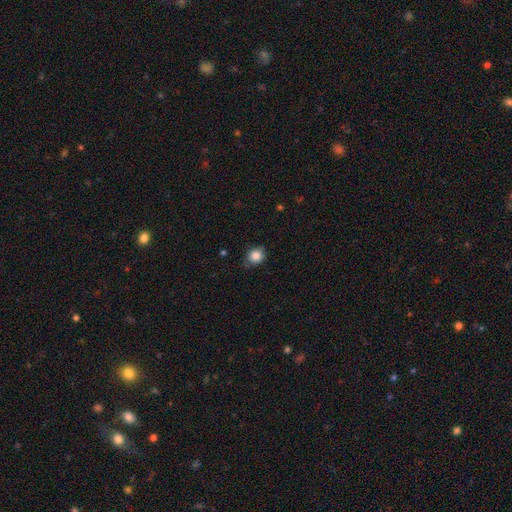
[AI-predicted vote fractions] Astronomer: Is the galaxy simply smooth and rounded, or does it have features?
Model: smooth — 86%.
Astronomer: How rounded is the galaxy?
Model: round — 76%.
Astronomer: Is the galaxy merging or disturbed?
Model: none — 76%.